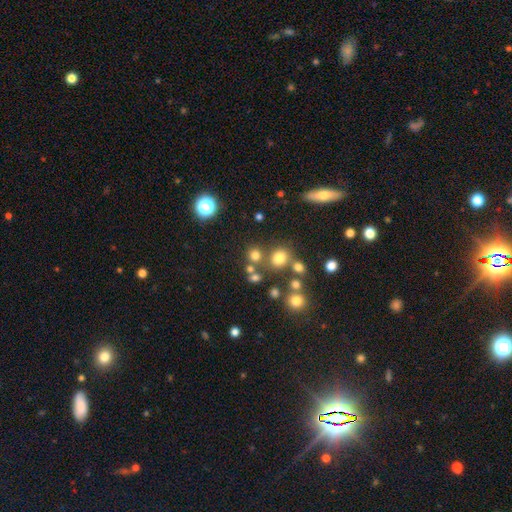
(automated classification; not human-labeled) Smooth or featured? Predicted: smooth (p=0.68). How rounded? Predicted: round (p=0.82). Merging? Predicted: none (p=0.69).